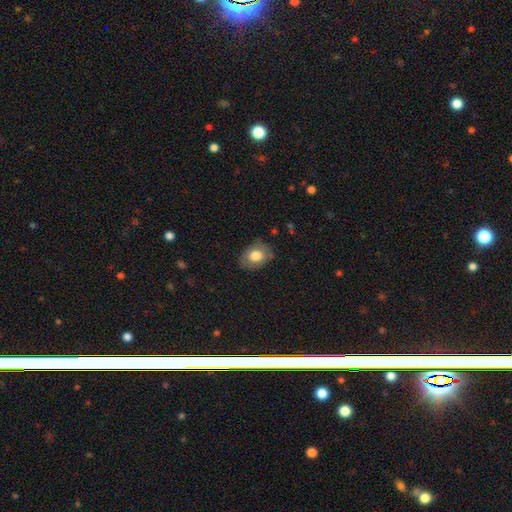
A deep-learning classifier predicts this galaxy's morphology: Overall: smooth (74%). How rounded: in between (72%). Merging: none (76%).